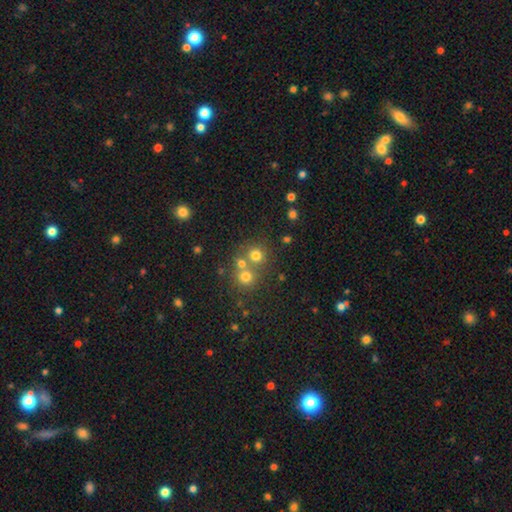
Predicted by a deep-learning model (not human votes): This appears to be a smooth galaxy with no disk features (71%) that is round (87%). Merging: none (57%).